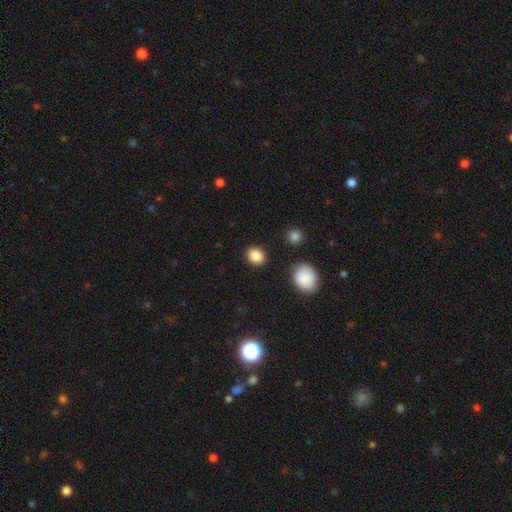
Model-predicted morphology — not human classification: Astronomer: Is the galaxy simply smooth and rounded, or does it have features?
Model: smooth — 86%.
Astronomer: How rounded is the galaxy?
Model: round — 52% (runner-up: in between, 47%).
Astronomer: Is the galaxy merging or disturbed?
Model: none — 87%.